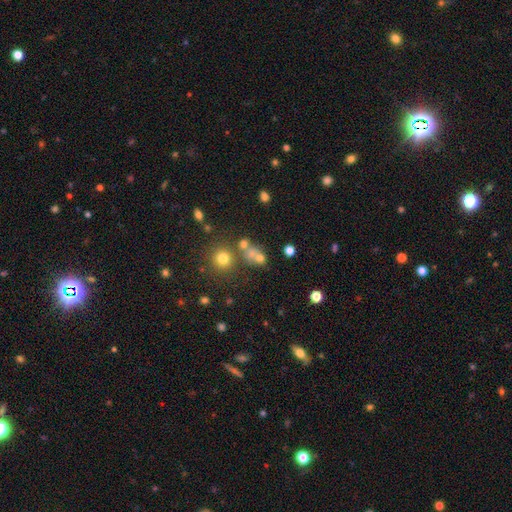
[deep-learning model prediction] Smooth or featured? smooth (63%)
How rounded? round (58%)
Merging? none (42%)